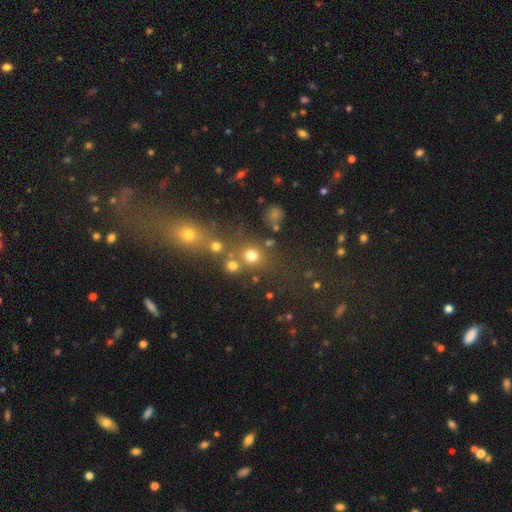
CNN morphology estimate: A smooth galaxy with no disk features (66%) that is round (85%). Merging: none (65%).